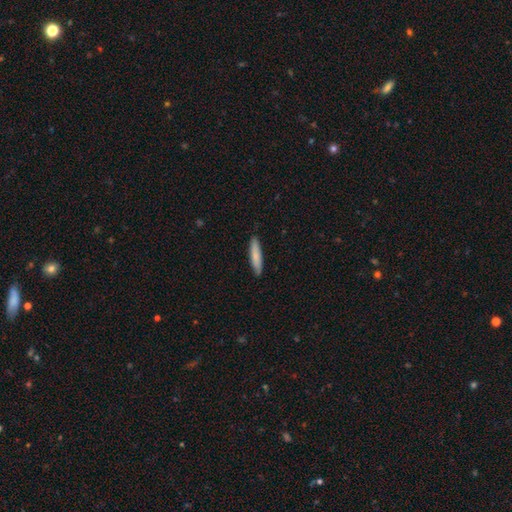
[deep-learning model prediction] Morphology: type=smooth (80%); roundness=cigar-shaped (85%); merging=none (88%).